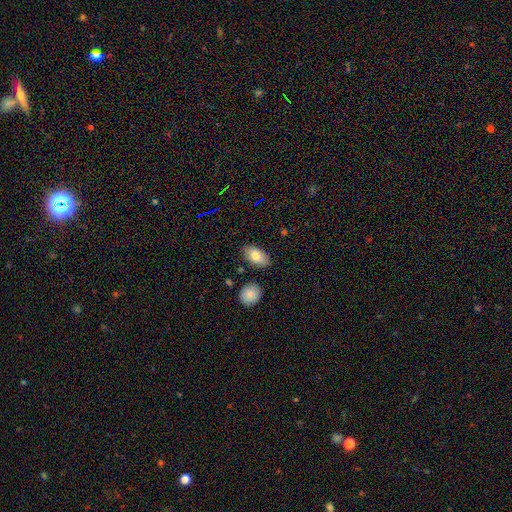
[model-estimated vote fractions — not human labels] Morphology: type=smooth (81%); roundness=in between (93%); merging=none (82%).